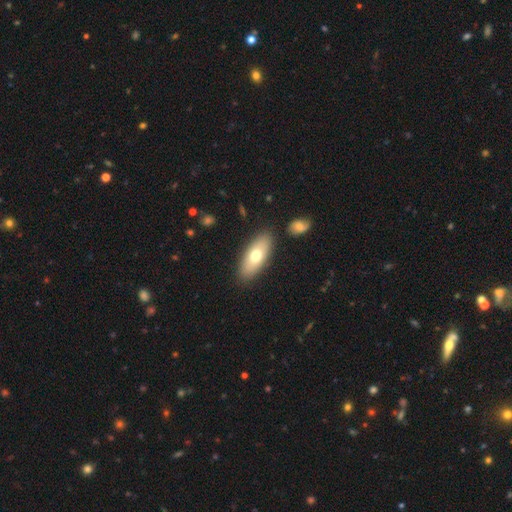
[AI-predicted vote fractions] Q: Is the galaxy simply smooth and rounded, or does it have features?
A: smooth — 68%.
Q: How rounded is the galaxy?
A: in between — 81%.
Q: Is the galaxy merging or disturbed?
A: none — 85%.